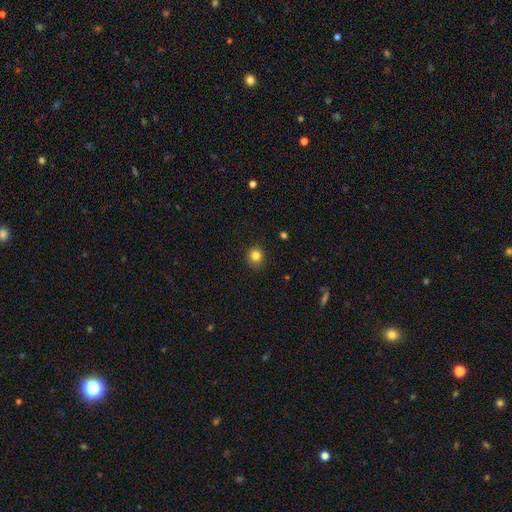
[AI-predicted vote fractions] smooth-or-featured: smooth: 83% | star or artifact: 12% | featured or disk: 5%
  how-rounded: round: 90% | in between: 9% | cigar-shaped: 1%
  merging: none: 90% | minor disturbance: 7% | major disturbance: 2% | merger: 1%